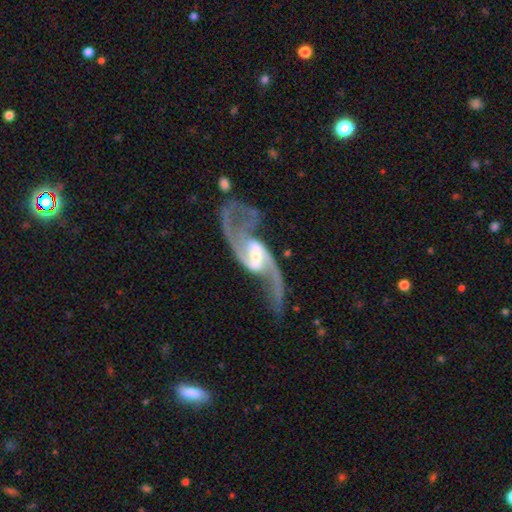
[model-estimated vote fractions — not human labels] Morphology: type=featured or disk (92%); edge-on=no (96%); bar=strong (42%); spiral arms=yes (97%); winding=loose (72%); arm count=2 (93%); bulge=small (48%); merging=none (57%).